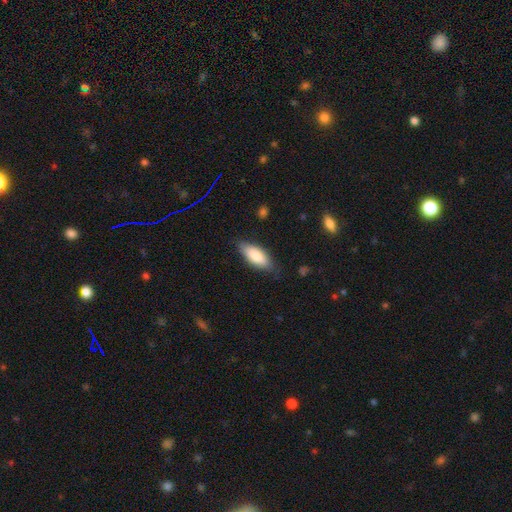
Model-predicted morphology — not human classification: smooth-or-featured: smooth: 82% | featured or disk: 12% | star or artifact: 6%
  how-rounded: in between: 80% | cigar-shaped: 18% | round: 2%
  merging: none: 78% | minor disturbance: 18% | major disturbance: 3% | merger: 1%